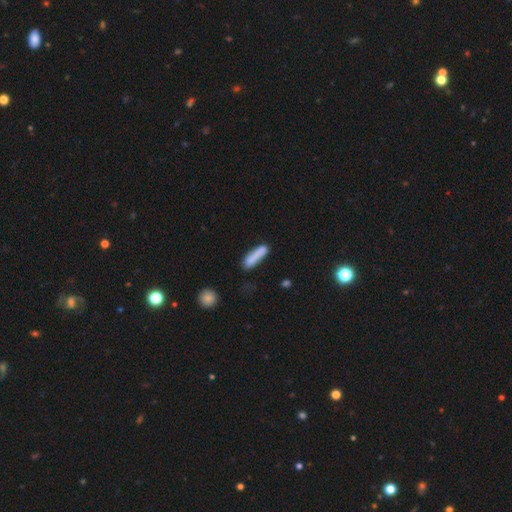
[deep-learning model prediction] Smooth or featured?
  - smooth: 80% *
  - featured or disk: 13%
  - star or artifact: 7%
How rounded?
  - cigar-shaped: 81% *
  - in between: 17%
  - round: 2%
Merging?
  - none: 66% *
  - minor disturbance: 20%
  - merger: 8%
  - major disturbance: 6%